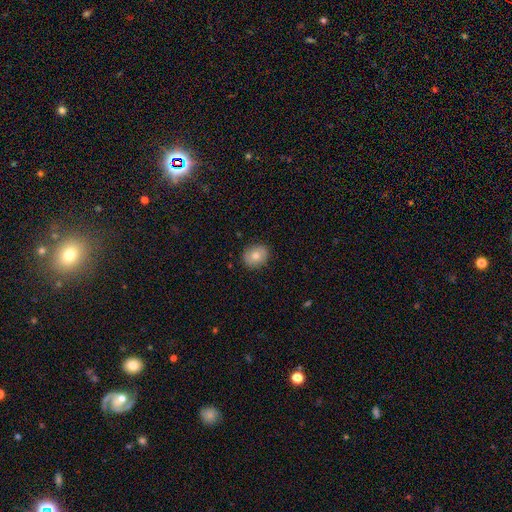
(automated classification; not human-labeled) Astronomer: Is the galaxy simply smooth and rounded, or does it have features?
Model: smooth — 75%.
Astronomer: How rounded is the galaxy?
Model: round — 66%.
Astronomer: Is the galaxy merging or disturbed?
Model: none — 88%.